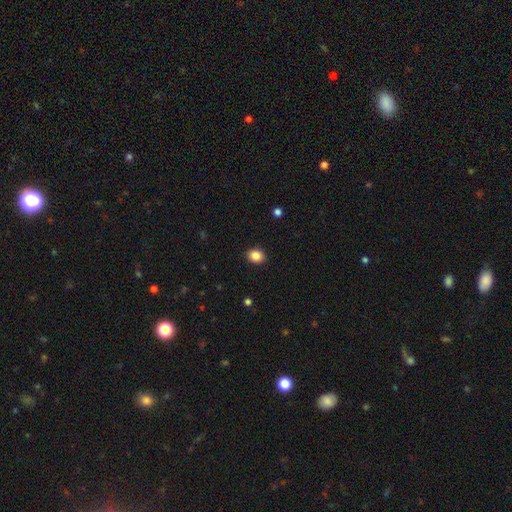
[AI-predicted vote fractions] This is clearly a smooth galaxy (87%). How rounded: possibly round (55%). Merging: clearly none (90%).